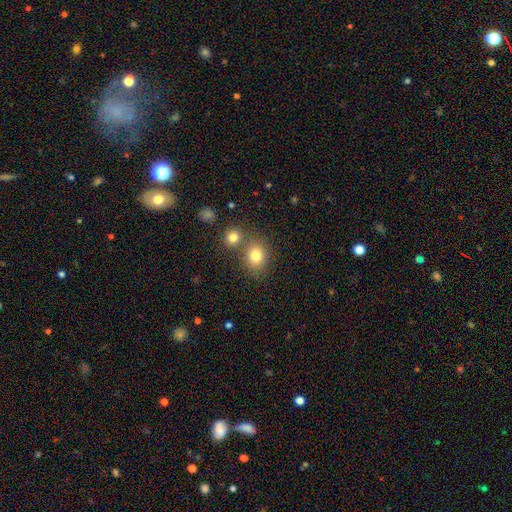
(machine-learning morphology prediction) smooth_or_featured: smooth (p=0.80) [alt: star or artifact p=0.12]
how_rounded: round (p=0.62) [alt: in between p=0.37]
merging: none (p=0.63) [alt: merger p=0.23]